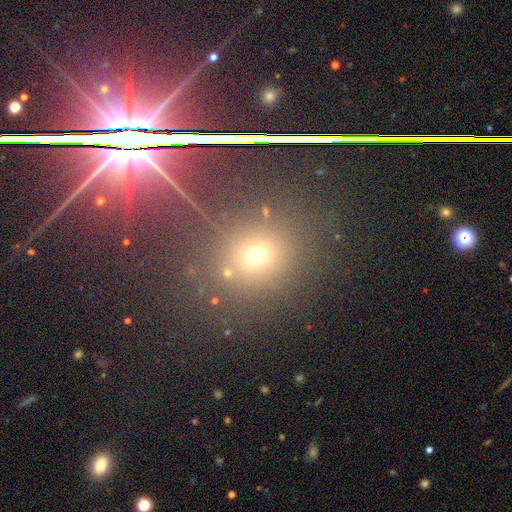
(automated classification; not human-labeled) This is possibly a smooth galaxy (48%). Merging: clearly none (81%).